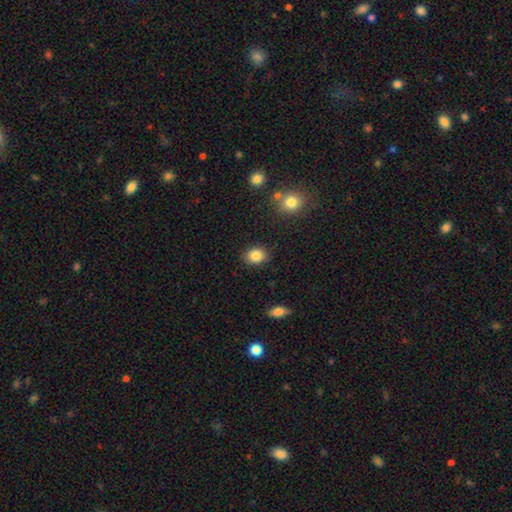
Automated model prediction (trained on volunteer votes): This appears to be a smooth galaxy with no disk features (86%) that is round (50%). Merging: none (86%).